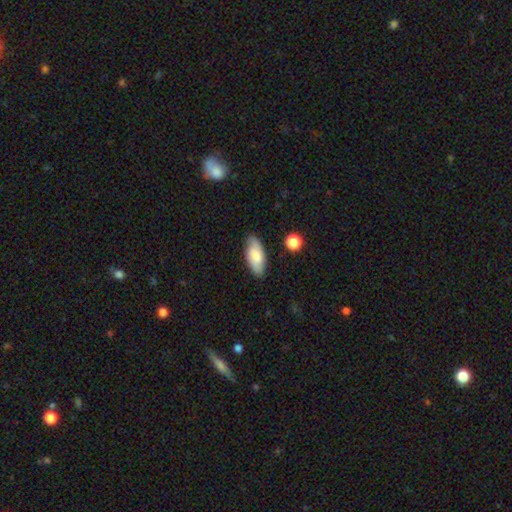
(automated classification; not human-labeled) Q: Smooth or featured?
A: smooth (70%); runner-up: featured or disk (23%)
Q: How rounded?
A: in between (87%); runner-up: cigar-shaped (10%)
Q: Merging?
A: none (83%); runner-up: minor disturbance (13%)